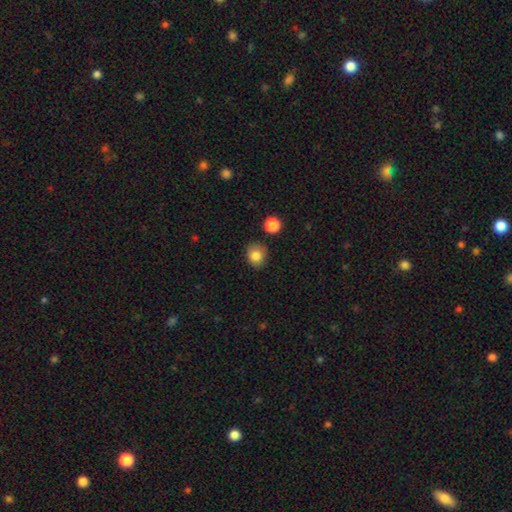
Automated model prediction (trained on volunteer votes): Morphology: type=smooth (83%); roundness=round (71%); merging=none (79%).